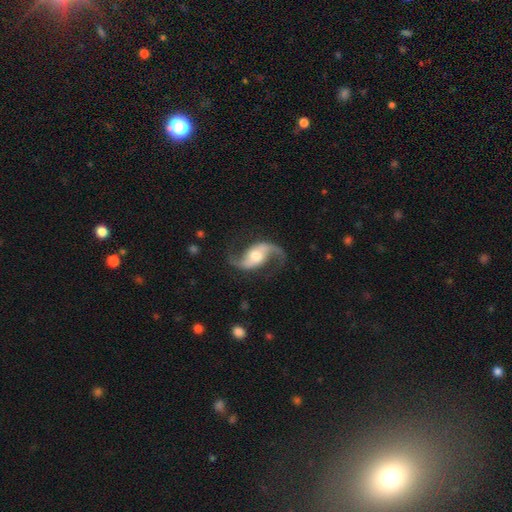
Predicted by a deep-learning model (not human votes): This appears to be a featured or disk galaxy (91%) with a weak bar (38%), 2 (94%) loose (72%) spiral arms (98%) and a moderate central bulge (61%). Merging: none (80%).